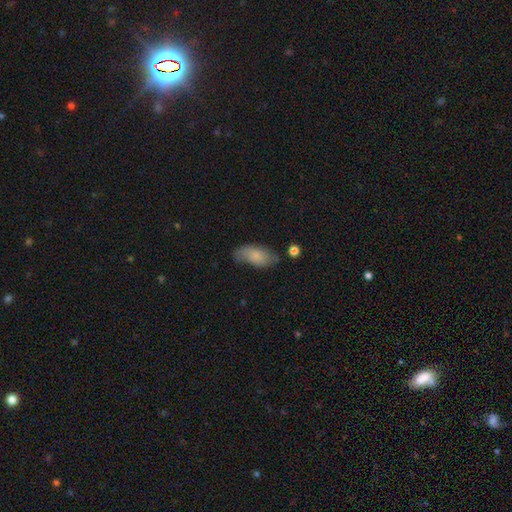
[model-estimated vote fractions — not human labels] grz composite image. It shows a smooth galaxy with no disk features (79%) that is in between round and cigar-shaped (92%). Merging: none (56%).